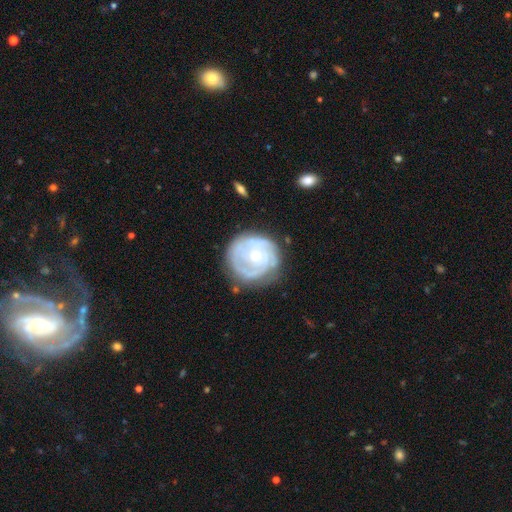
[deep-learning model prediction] The model was most divided on "spiral arm count": can't tell: 37%, 2: 23%, 3: 21%, 1: 8%, 4: 7%, more than 4: 5%. More confident: edge-on disk — no (98%); spiral arms — yes (88%); smooth or featured — featured or disk (80%); bar — no (78%); spiral winding — tight (72%); merging — none (68%); bulge size — small (58%).